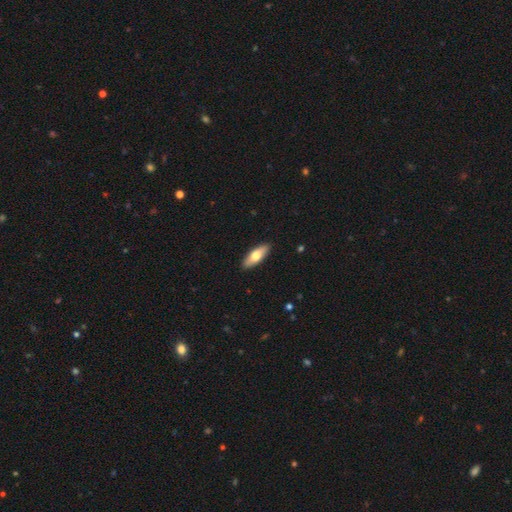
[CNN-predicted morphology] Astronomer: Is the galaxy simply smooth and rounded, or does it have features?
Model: smooth — 66%.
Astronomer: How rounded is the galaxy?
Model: in between — 66%.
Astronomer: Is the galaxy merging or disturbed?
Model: none — 90%.